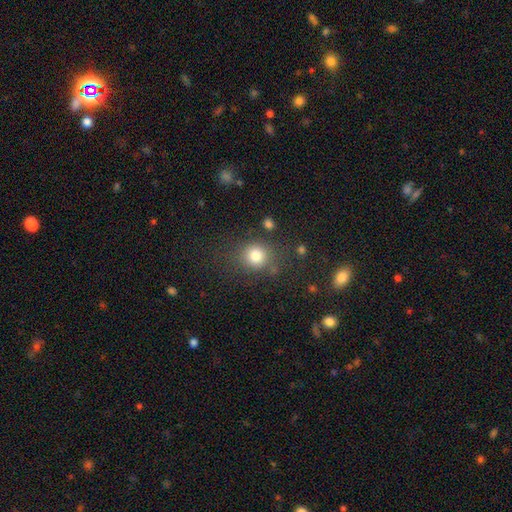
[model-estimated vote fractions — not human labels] smooth_or_featured: smooth (p=0.81) [alt: star or artifact p=0.12]
how_rounded: round (p=0.82) [alt: in between p=0.17]
merging: none (p=0.76) [alt: minor disturbance p=0.13]